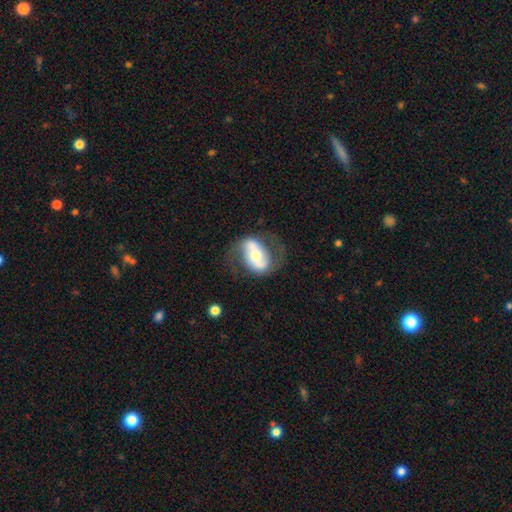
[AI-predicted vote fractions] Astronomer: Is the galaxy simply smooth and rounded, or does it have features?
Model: featured or disk — 73%.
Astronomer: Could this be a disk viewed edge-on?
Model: no — 95%.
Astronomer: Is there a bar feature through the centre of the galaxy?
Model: strong — 39% (runner-up: no, 34%).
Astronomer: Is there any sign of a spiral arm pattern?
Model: yes — 80%.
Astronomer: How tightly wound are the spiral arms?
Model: medium — 44% (runner-up: loose, 40%).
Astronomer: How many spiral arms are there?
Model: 2 — 87%.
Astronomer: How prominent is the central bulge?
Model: moderate — 59%.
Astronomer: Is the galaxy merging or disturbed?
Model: none — 63%.